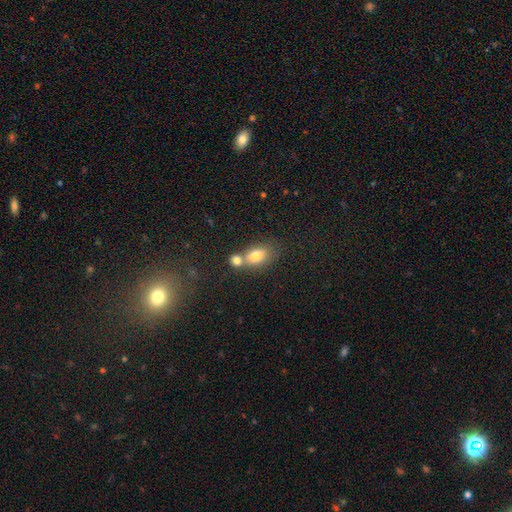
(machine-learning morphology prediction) This appears to be a smooth galaxy with no disk features (77%) that is in between round and cigar-shaped (79%). Merging: merger (48%).